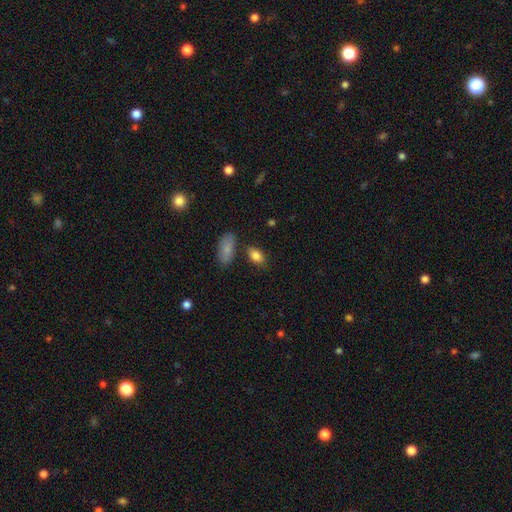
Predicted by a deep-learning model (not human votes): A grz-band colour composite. It shows a smooth galaxy with no disk features (86%) that is in between round and cigar-shaped (90%). Merging: none (77%).